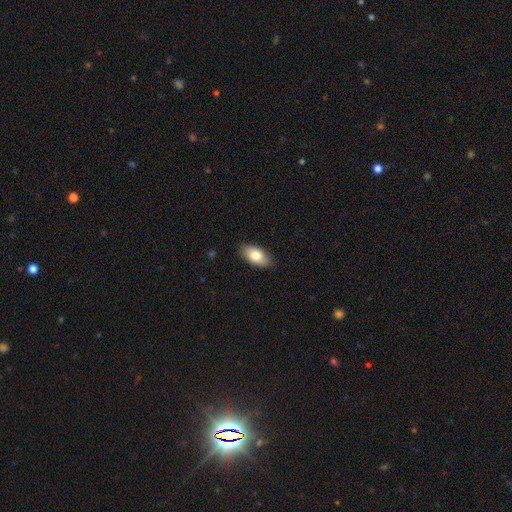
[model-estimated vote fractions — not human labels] The model was most divided on "smooth or featured": smooth: 79%, featured or disk: 14%, star or artifact: 7%. More confident: how rounded — in between (92%); merging — none (85%).